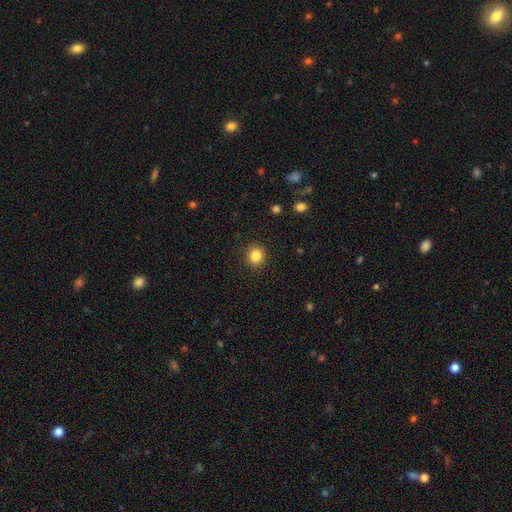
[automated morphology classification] Smooth or featured? smooth (85%)
How rounded? round (89%)
Merging? none (90%)